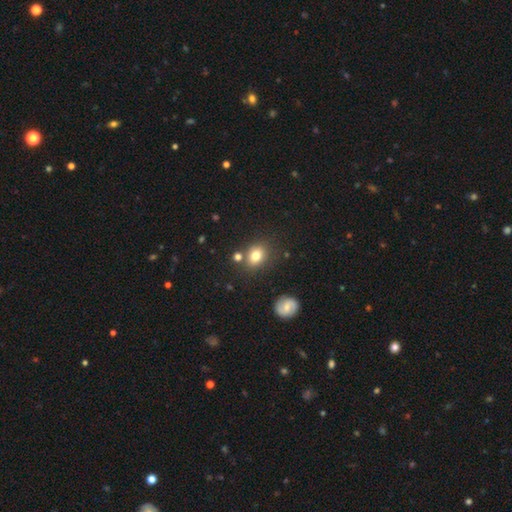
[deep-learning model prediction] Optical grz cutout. It shows a smooth galaxy with no disk features (78%) that is round (50%). Merging: none (74%).